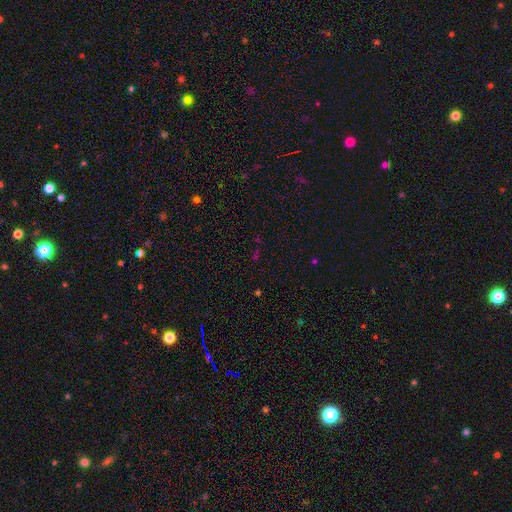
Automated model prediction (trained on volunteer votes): A star or artifact, not a galaxy (62%).

Vote fractions:
- Smooth or featured? star or artifact: 62% / smooth: 30% / featured or disk: 9%